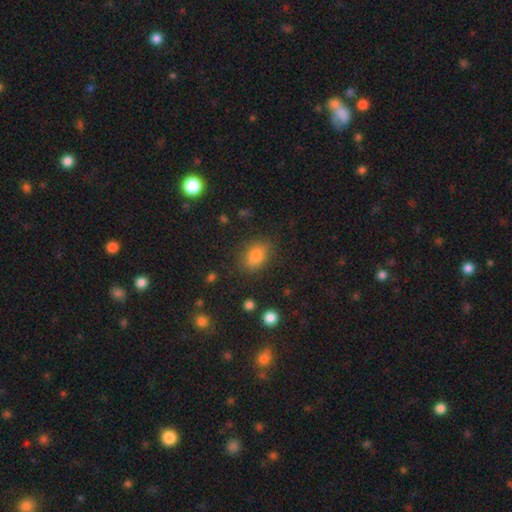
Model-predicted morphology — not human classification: Smooth or featured: smooth — 81% (star or artifact — 11%)
How rounded: in between — 79% (round — 19%)
Merging: none — 84% (minor disturbance — 11%)